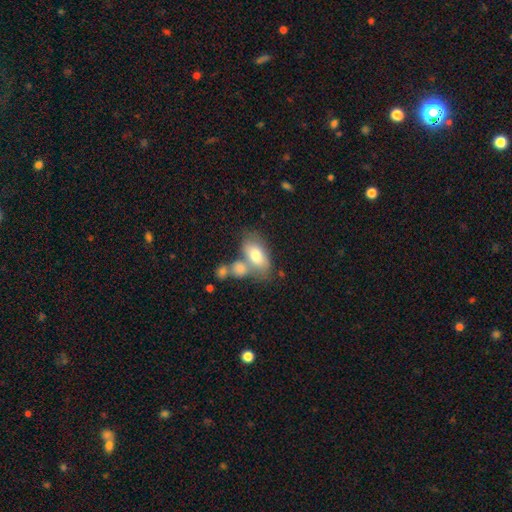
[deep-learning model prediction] smooth 73%, featured or disk 20%, star or artifact 7%. Down the decision tree: how rounded — in between (90%); merging — none (41%).